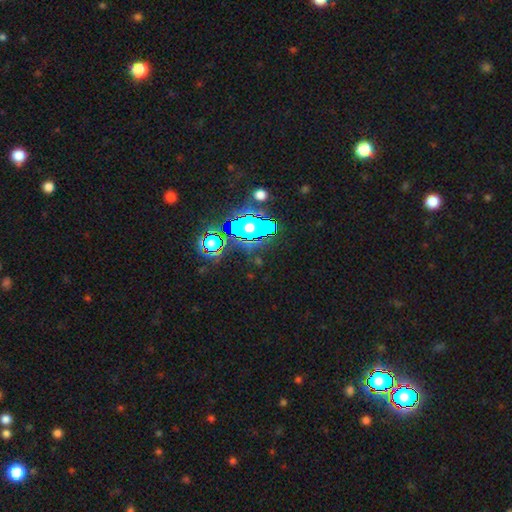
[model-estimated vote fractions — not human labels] This is likely a star or artifact rather than a galaxy (79%).